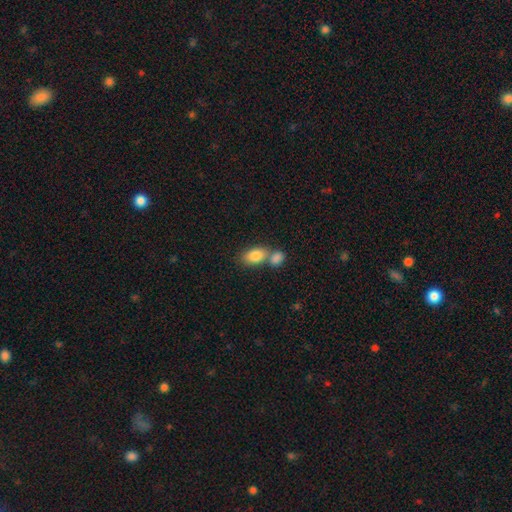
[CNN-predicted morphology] A smooth galaxy with no disk features (84%) that is in between round and cigar-shaped (86%).

Vote fractions:
- Smooth or featured? smooth: 84% / featured or disk: 9% / star or artifact: 7%
- How rounded? in between: 86% / round: 11% / cigar-shaped: 2%
- Merging? merger: 51% / none: 36% / minor disturbance: 9% / major disturbance: 4%